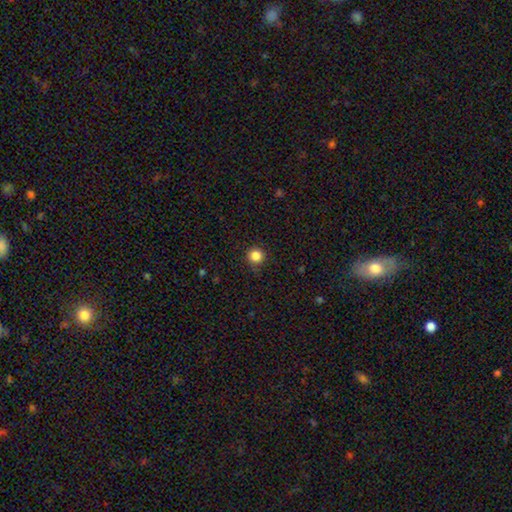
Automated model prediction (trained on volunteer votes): The model was most divided on "smooth or featured": smooth: 85%, star or artifact: 12%, featured or disk: 4%. More confident: how rounded — round (95%); merging — none (88%).